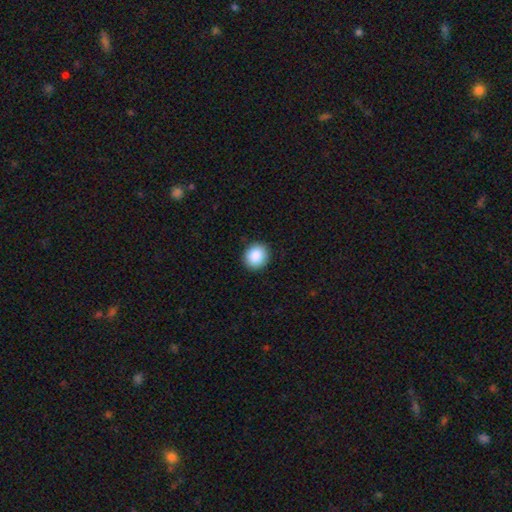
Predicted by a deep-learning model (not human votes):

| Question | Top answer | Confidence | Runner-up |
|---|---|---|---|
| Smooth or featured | smooth | 88% | star or artifact (8%) |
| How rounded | round | 83% | in between (16%) |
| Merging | none | 91% | minor disturbance (6%) |